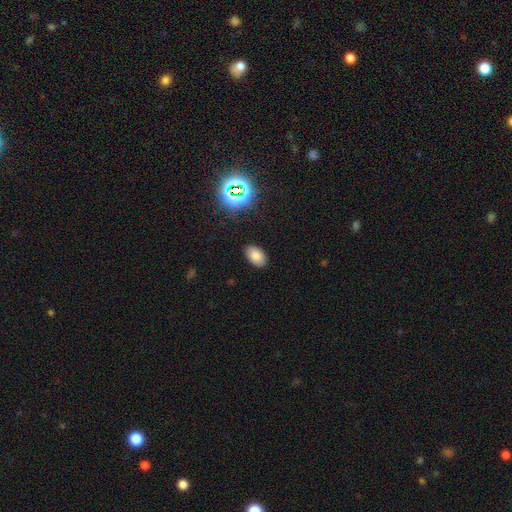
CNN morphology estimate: A smooth galaxy with no disk features (78%) that is in between round and cigar-shaped (91%). Merging: none (87%).